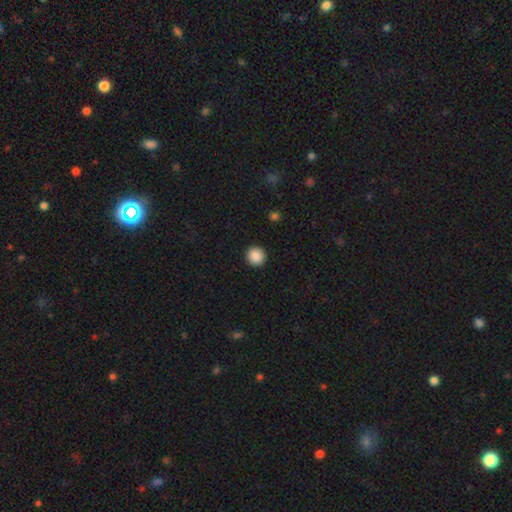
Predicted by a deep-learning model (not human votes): smooth-or-featured: smooth: 88% | star or artifact: 9% | featured or disk: 3%
  how-rounded: round: 93% | in between: 6% | cigar-shaped: 1%
  merging: none: 93% | minor disturbance: 5% | major disturbance: 2% | merger: 1%